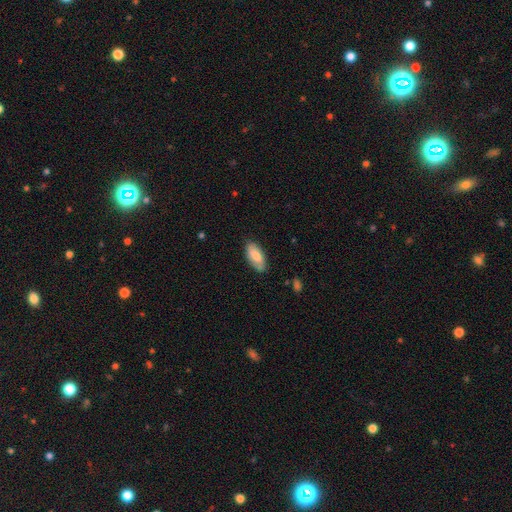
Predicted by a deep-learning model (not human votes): Q: Smooth or featured?
A: smooth (77%); runner-up: featured or disk (17%)
Q: How rounded?
A: in between (88%); runner-up: cigar-shaped (10%)
Q: Merging?
A: none (81%); runner-up: minor disturbance (15%)